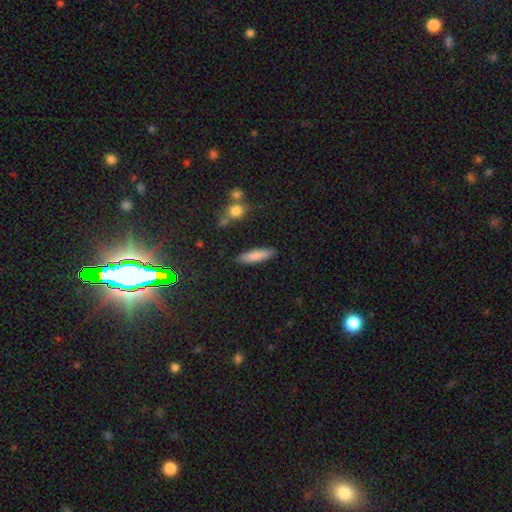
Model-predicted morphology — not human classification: Overall: smooth (82%). How rounded: cigar-shaped (68%; in between 31%). Merging: none (86%).